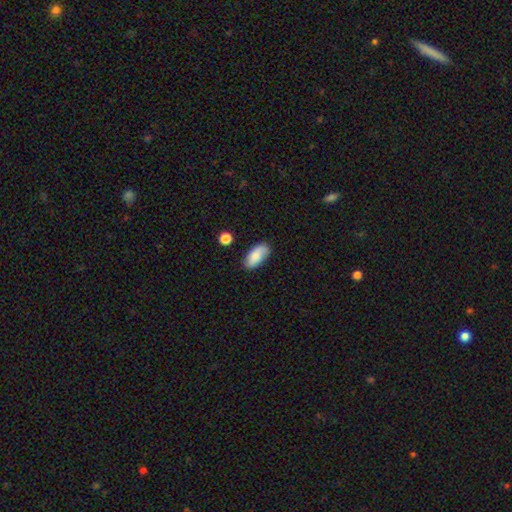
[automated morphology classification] The model was most divided on "merging": none: 78%, minor disturbance: 16%, major disturbance: 3%, merger: 3%. More confident: how rounded — in between (91%); smooth or featured — smooth (81%).